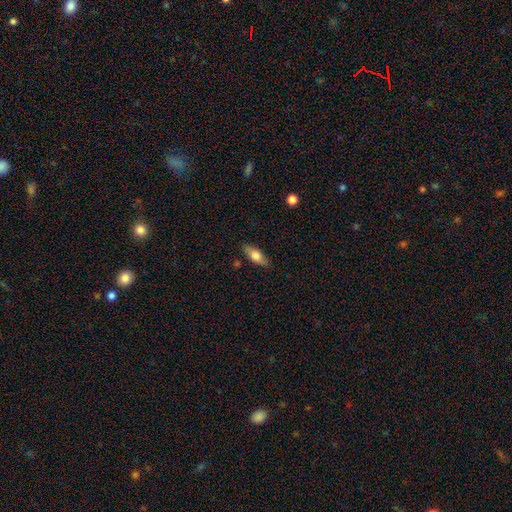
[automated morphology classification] Smooth or featured?
  - smooth: 66% *
  - featured or disk: 28%
  - star or artifact: 7%
How rounded?
  - in between: 69% *
  - cigar-shaped: 28%
  - round: 3%
Merging?
  - none: 84% *
  - minor disturbance: 12%
  - major disturbance: 3%
  - merger: 2%